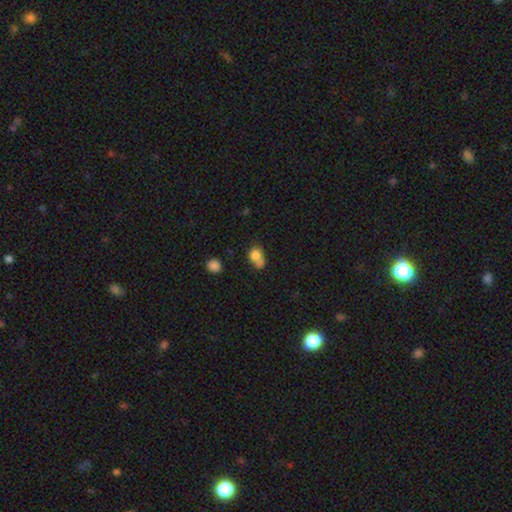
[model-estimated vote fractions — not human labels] Smooth or featured? smooth (76%)
How rounded? round (53%)
Merging? merger (42%)